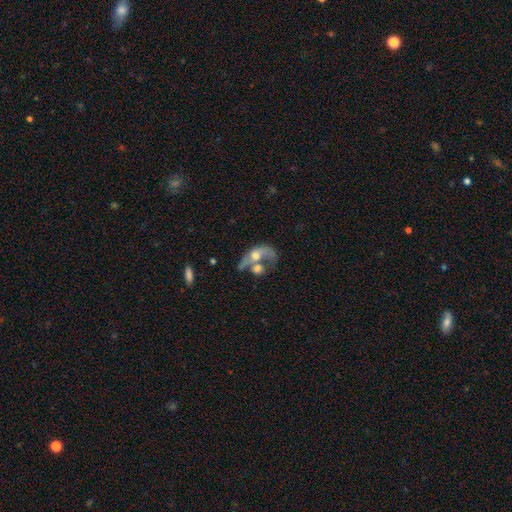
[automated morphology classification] Smooth or featured?
  - featured or disk: 52% *
  - smooth: 38%
  - star or artifact: 10%
Edge-on disk?
  - no: 91% *
  - yes: 9%
Merging?
  - merger: 56% *
  - major disturbance: 22%
  - none: 14%
  - minor disturbance: 8%